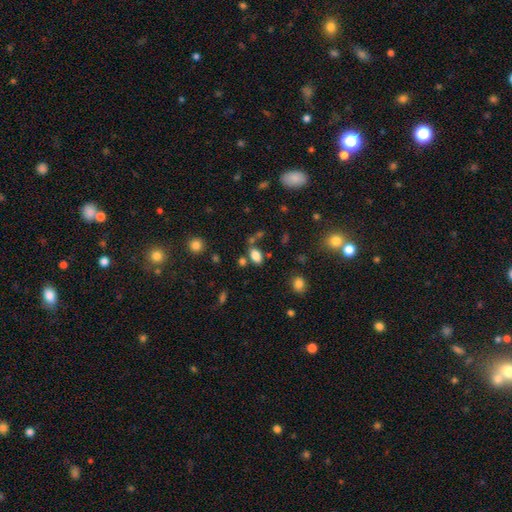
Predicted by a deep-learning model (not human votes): This is clearly a smooth galaxy (81%). How rounded: clearly in between (90%). Merging: likely none (67%).